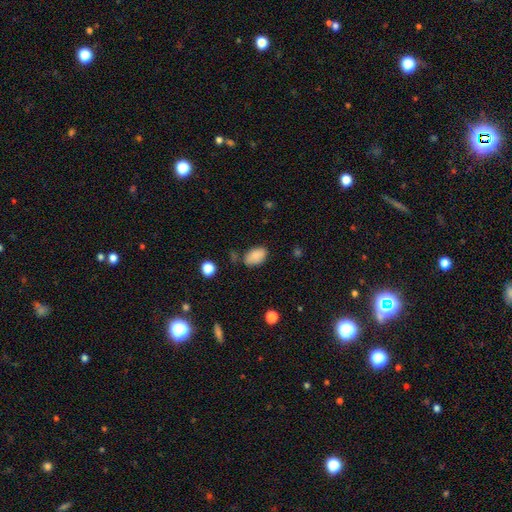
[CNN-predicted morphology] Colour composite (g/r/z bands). It shows a smooth galaxy with no disk features (85%) that is in between round and cigar-shaped (92%). Merging: none (71%).